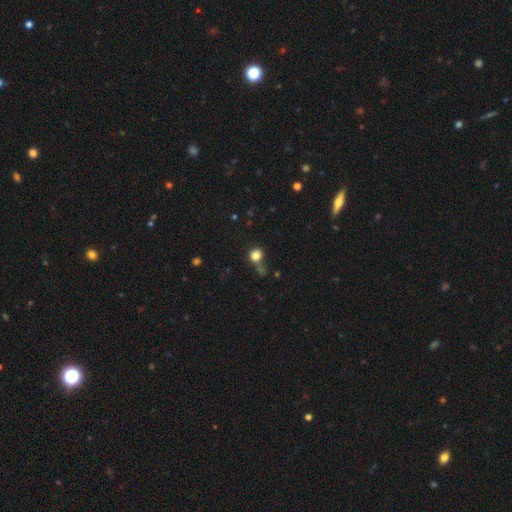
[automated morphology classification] Overall: smooth (80%). How rounded: round (83%). Merging: none (50%; merger 21%).